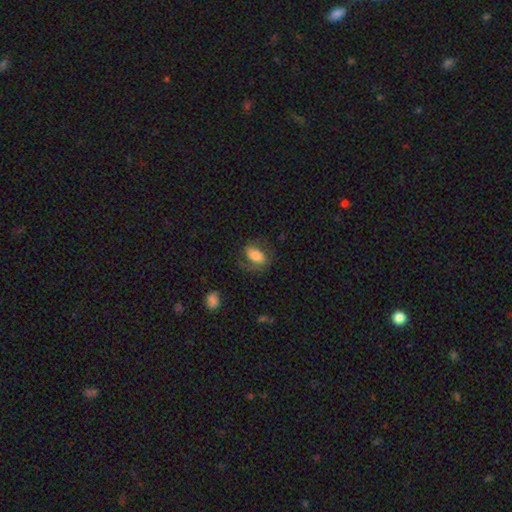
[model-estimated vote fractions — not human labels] Overall: smooth (57%; featured or disk 36%). How rounded: in between (85%). Merging: none (62%).